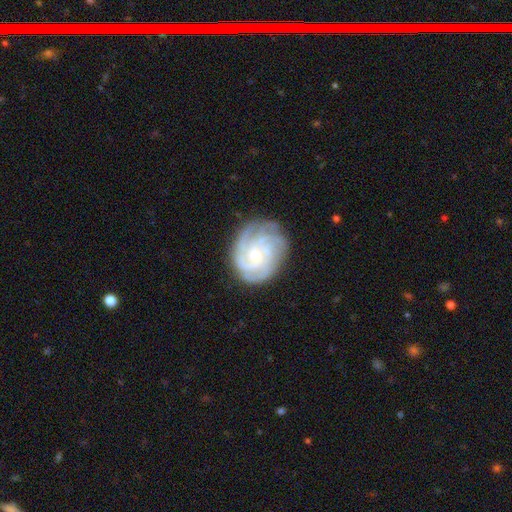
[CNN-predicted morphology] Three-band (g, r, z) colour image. It shows a featured or disk galaxy (83%) with no bar (68%), 4 (28%) tight (70%) spiral arms (97%) and a small central bulge (58%). Merging: none (74%).